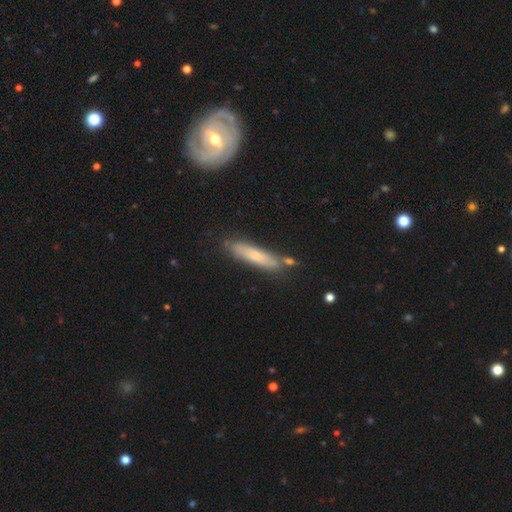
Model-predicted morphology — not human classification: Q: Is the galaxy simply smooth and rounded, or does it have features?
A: smooth — 62%.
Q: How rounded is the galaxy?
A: cigar-shaped — 84%.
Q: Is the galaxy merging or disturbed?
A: none — 74%.